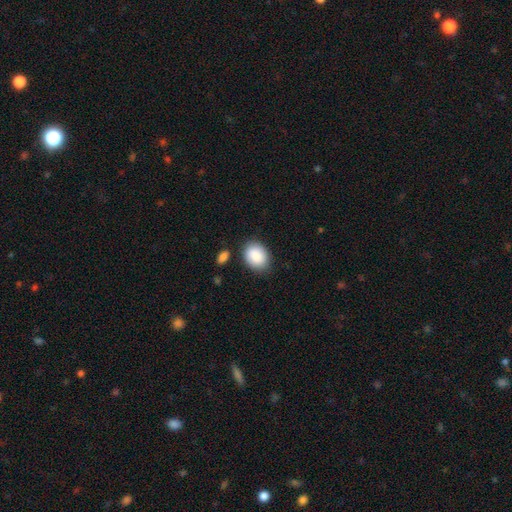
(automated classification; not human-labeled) Overall: smooth (89%). How rounded: in between (64%; round 35%). Merging: none (81%).